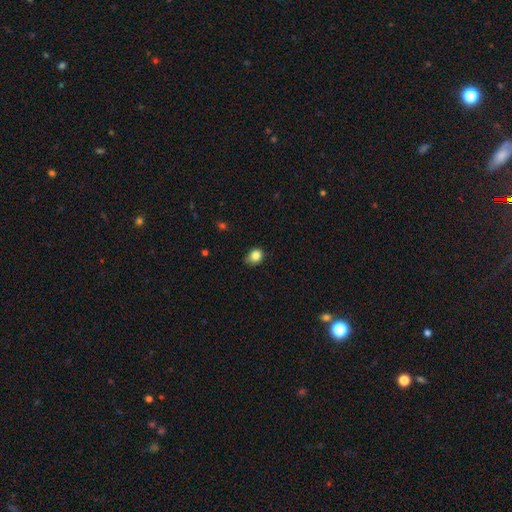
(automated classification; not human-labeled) smooth_or_featured: smooth (p=0.85) [alt: star or artifact p=0.10]
how_rounded: round (p=0.59) [alt: in between p=0.41]
merging: none (p=0.65) [alt: minor disturbance p=0.29]